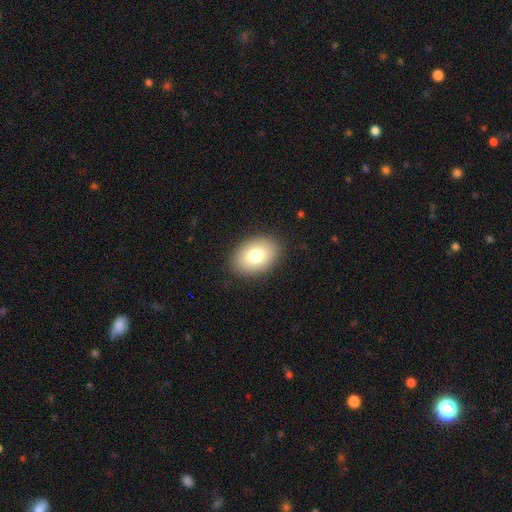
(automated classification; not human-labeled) Q: Smooth or featured?
A: smooth (80%); runner-up: featured or disk (12%)
Q: How rounded?
A: in between (83%); runner-up: round (16%)
Q: Merging?
A: none (88%); runner-up: minor disturbance (8%)